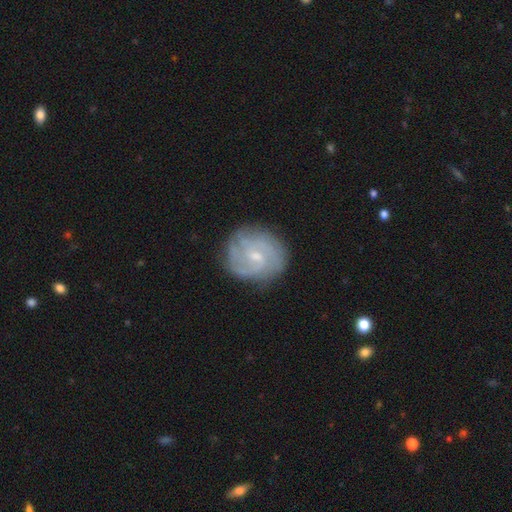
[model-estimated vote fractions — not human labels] Q: Smooth or featured?
A: featured or disk (75%); runner-up: smooth (19%)
Q: Edge-on disk?
A: no (98%); runner-up: yes (2%)
Q: Bar?
A: weak (51%); runner-up: no (41%)
Q: Spiral arms?
A: yes (91%); runner-up: no (9%)
Q: Spiral winding?
A: tight (56%); runner-up: medium (34%)
Q: Spiral arm count?
A: can't tell (35%); runner-up: 2 (25%)
Q: Bulge size?
A: small (60%); runner-up: moderate (34%)
Q: Merging?
A: none (79%); runner-up: minor disturbance (15%)